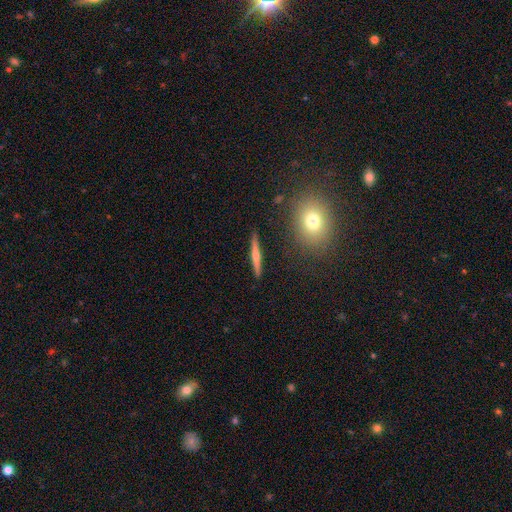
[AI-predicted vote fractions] Q: Smooth or featured?
A: featured or disk (55%); runner-up: smooth (38%)
Q: Edge-on disk?
A: yes (96%); runner-up: no (4%)
Q: Edge-on bulge?
A: rounded (78%); runner-up: none (16%)
Q: Merging?
A: none (89%); runner-up: minor disturbance (7%)